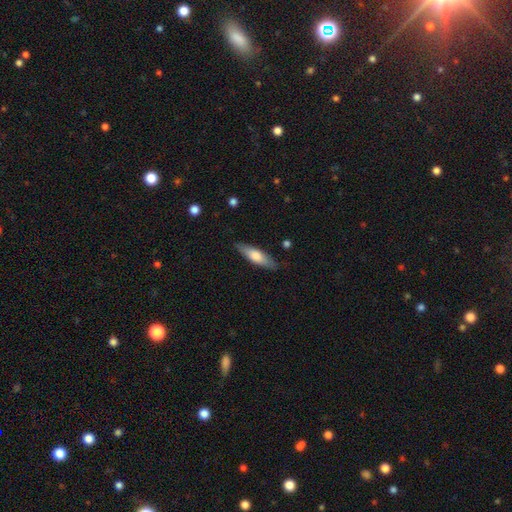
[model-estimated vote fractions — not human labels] Smooth or featured: smooth — 63% (featured or disk — 31%)
How rounded: cigar-shaped — 60% (in between — 38%)
Merging: none — 85% (minor disturbance — 11%)